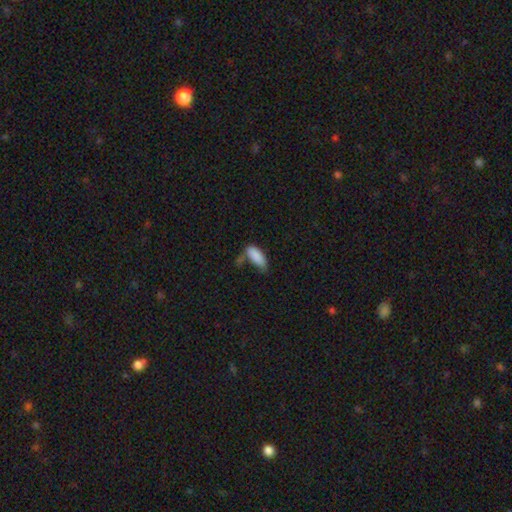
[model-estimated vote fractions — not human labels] Q: Smooth or featured?
A: smooth (86%); runner-up: star or artifact (7%)
Q: How rounded?
A: in between (80%); runner-up: cigar-shaped (18%)
Q: Merging?
A: none (42%); runner-up: minor disturbance (29%)